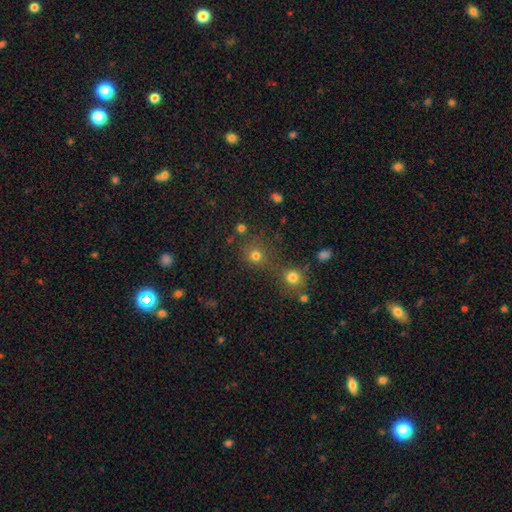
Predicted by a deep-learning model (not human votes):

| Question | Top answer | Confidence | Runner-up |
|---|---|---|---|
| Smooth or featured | smooth | 74% | star or artifact (19%) |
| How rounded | round | 89% | in between (10%) |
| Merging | none | 61% | merger (26%) |